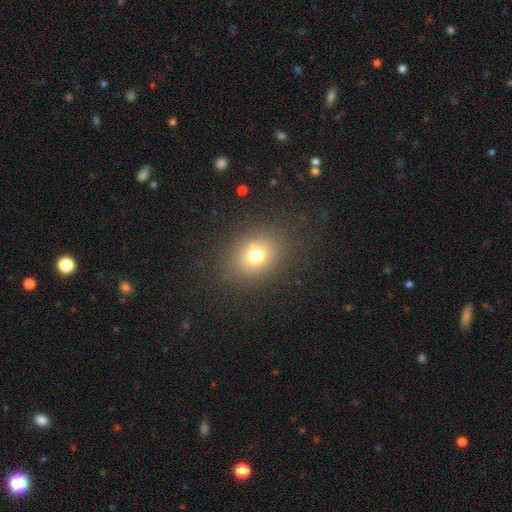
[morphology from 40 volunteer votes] Overall: smooth (88%). How rounded: in between (54%; round 46%). Merging: none (76%).